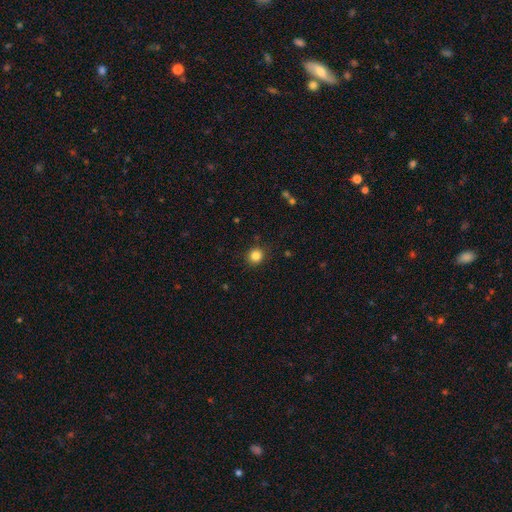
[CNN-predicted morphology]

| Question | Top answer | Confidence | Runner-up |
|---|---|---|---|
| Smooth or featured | smooth | 84% | star or artifact (12%) |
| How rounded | round | 87% | in between (12%) |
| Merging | none | 89% | minor disturbance (8%) |